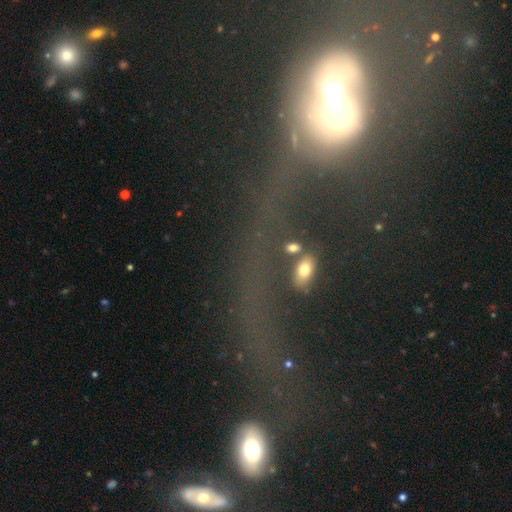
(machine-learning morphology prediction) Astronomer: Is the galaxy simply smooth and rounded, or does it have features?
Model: featured or disk — 50% (runner-up: smooth, 30%).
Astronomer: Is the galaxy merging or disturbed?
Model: major disturbance — 42% (runner-up: merger, 33%).